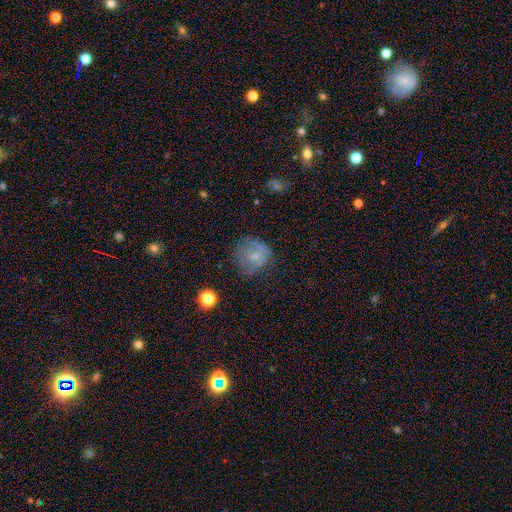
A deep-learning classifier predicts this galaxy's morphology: smooth 65%, featured or disk 24%, star or artifact 11%. Down the decision tree: how rounded — round (84%); merging — none (62%).